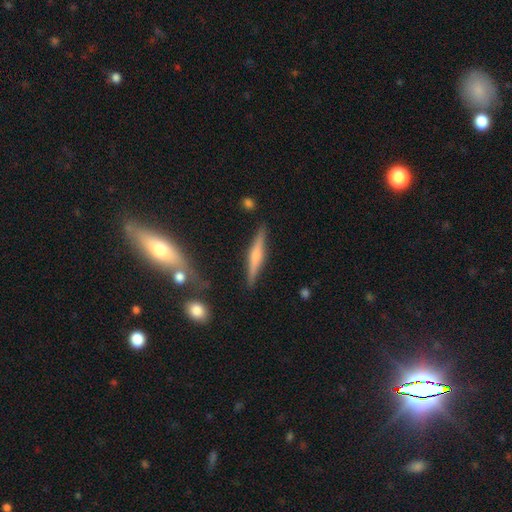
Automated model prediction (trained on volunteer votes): This is likely a featured or disk galaxy (61%). It is clearly viewed edge-on (97%). Edge-on bulge: likely rounded (77%). Merging: clearly none (86%).